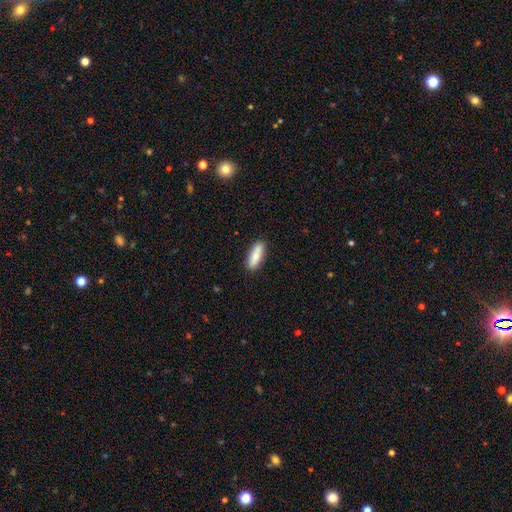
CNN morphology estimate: Overall: smooth (79%). How rounded: in between (52%; cigar-shaped 46%). Merging: none (85%).